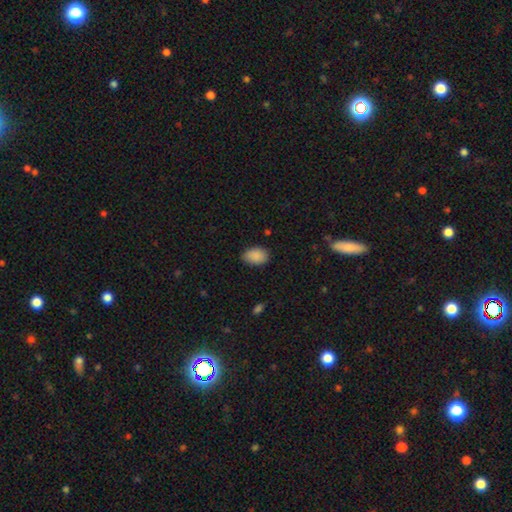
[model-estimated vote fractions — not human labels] The model was most divided on "merging": none: 82%, minor disturbance: 14%, major disturbance: 3%, merger: 1%. More confident: smooth or featured — smooth (89%); how rounded — in between (85%).